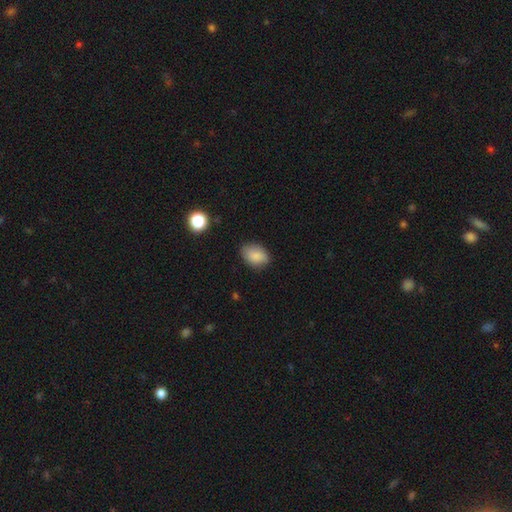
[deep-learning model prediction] Smooth or featured? Predicted: smooth (p=0.87). How rounded? Predicted: in between (p=0.81). Merging? Predicted: none (p=0.77).